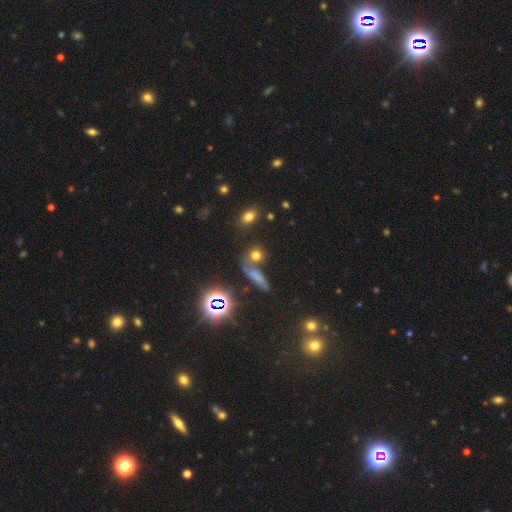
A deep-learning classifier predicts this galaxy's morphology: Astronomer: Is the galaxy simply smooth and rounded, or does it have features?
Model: smooth — 63%.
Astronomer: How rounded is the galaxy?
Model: round — 63%.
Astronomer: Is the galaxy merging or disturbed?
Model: none — 57%.